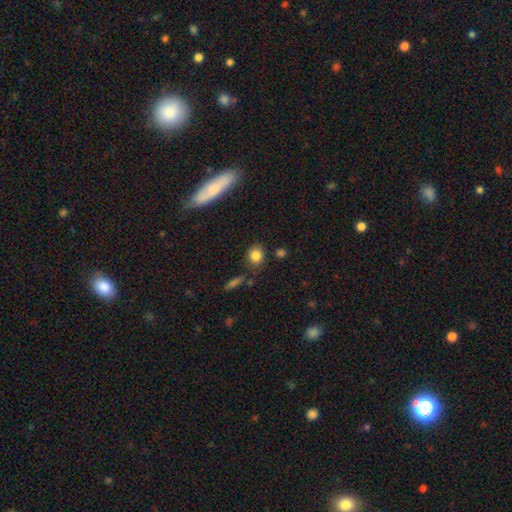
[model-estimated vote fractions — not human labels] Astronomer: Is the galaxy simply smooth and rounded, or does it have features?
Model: smooth — 84%.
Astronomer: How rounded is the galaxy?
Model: round — 76%.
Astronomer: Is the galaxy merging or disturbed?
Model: none — 79%.